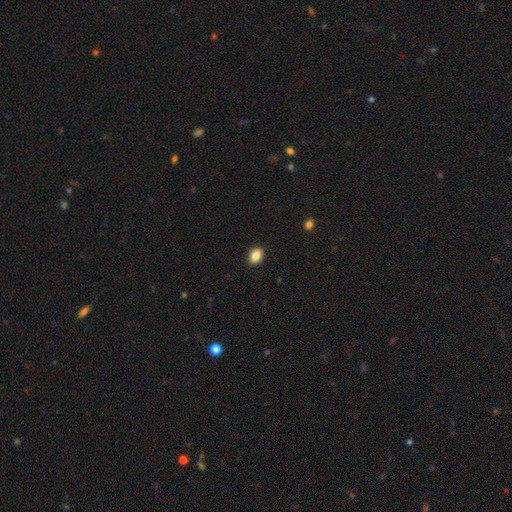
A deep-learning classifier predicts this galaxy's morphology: type=smooth (86%); roundness=in between (82%); merging=none (88%).